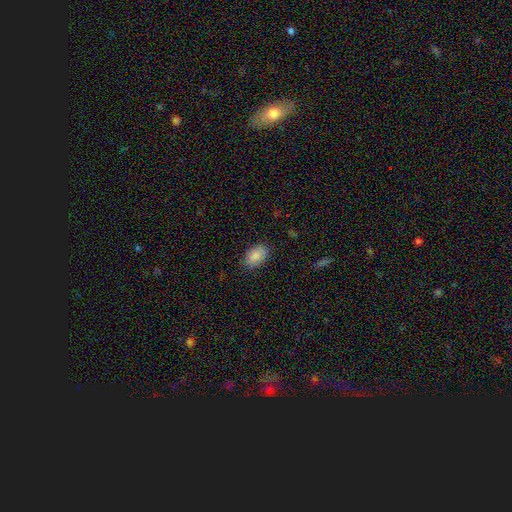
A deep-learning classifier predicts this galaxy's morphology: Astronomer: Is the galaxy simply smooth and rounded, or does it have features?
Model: smooth — 88%.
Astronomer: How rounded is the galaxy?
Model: in between — 89%.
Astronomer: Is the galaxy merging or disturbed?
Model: none — 86%.